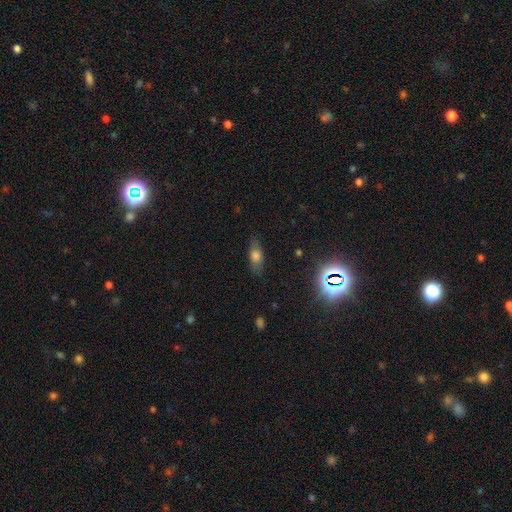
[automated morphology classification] The model was most divided on "smooth or featured": smooth: 67%, featured or disk: 20%, star or artifact: 13%. More confident: merging — none (80%); how rounded — in between (72%).